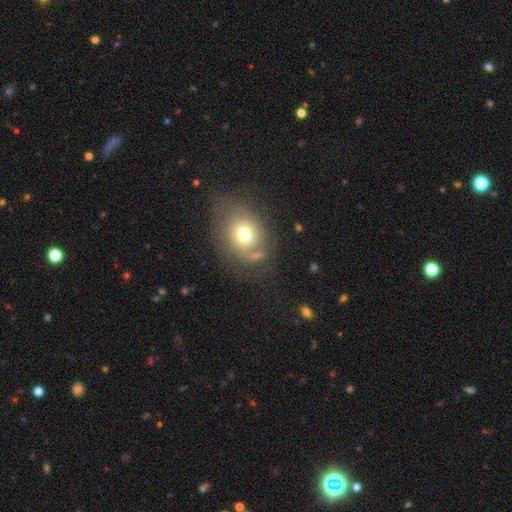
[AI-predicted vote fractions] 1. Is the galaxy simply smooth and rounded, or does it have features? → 57% smooth, 31% featured or disk, 13% star or artifact.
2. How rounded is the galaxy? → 56% round, 43% in between, 1% cigar-shaped.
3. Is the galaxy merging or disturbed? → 52% none, 23% minor disturbance, 17% major disturbance, 8% merger.